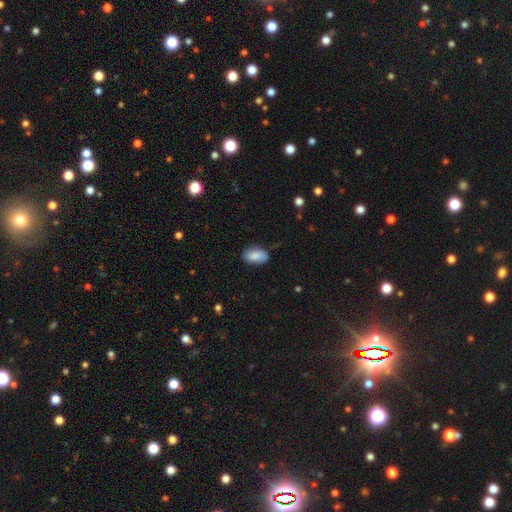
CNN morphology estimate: Q: Smooth or featured?
A: smooth (86%); runner-up: featured or disk (7%)
Q: How rounded?
A: in between (93%); runner-up: round (5%)
Q: Merging?
A: none (76%); runner-up: minor disturbance (19%)